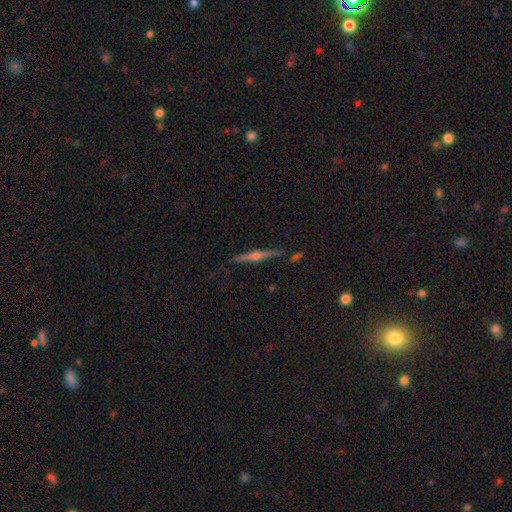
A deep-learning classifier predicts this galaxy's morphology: Smooth or featured: featured or disk — 76% (smooth — 17%)
Edge-on disk: yes — 98% (no — 2%)
Edge-on bulge: rounded — 86% (boxy — 8%)
Merging: none — 86% (minor disturbance — 9%)